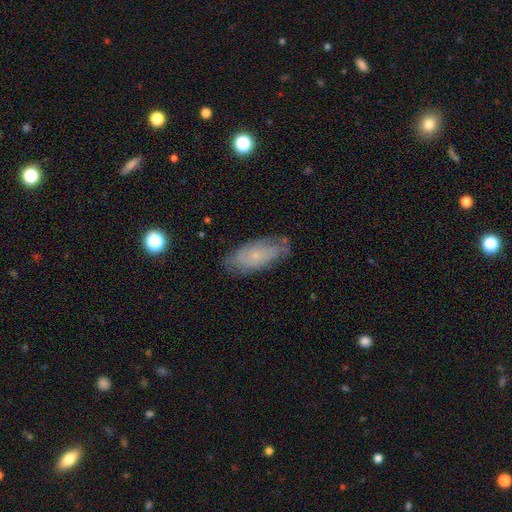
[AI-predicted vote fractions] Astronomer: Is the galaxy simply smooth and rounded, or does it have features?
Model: smooth — 48% (runner-up: featured or disk, 44%).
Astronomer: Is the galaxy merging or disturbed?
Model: none — 72%.